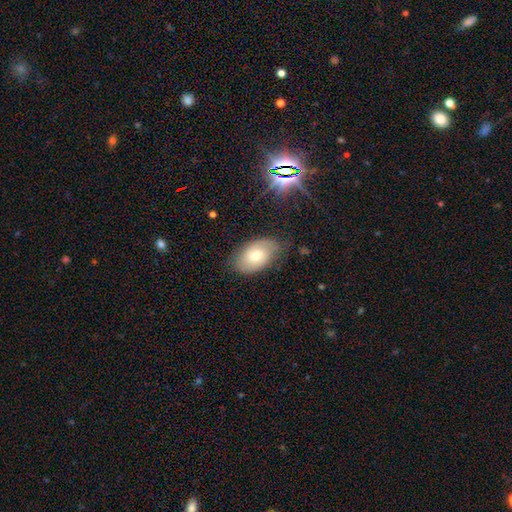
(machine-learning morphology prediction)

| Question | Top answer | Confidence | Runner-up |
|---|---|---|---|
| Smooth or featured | smooth | 65% | featured or disk (27%) |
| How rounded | in between | 92% | round (7%) |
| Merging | none | 71% | minor disturbance (22%) |